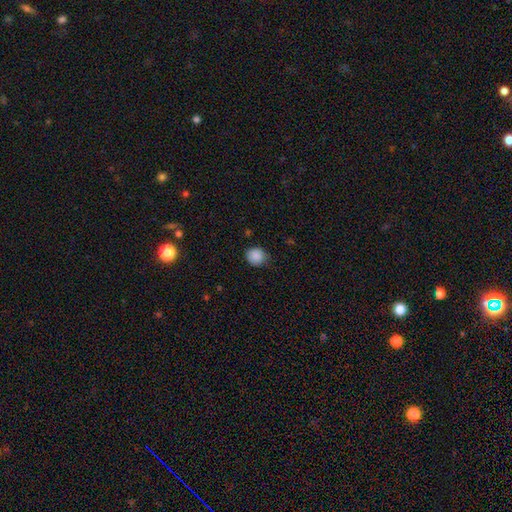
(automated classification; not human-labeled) smooth 88%, star or artifact 9%, featured or disk 3%. Down the decision tree: how rounded — round (81%); merging — none (78%).